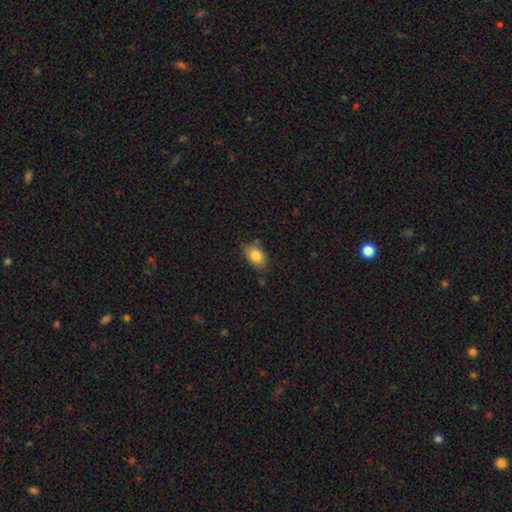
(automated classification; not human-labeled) Morphology: type=smooth (83%); roundness=in between (84%); merging=none (75%).